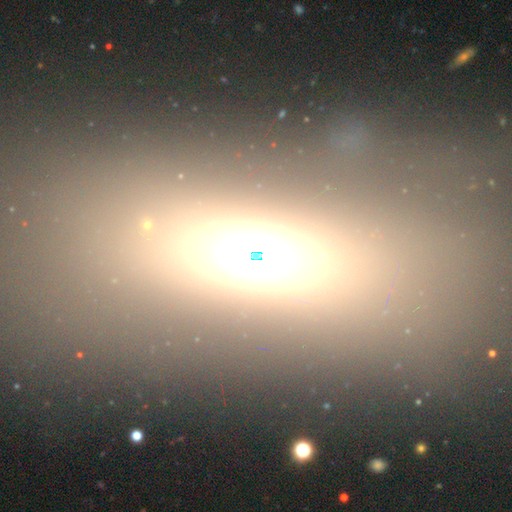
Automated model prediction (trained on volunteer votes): A smooth galaxy with no disk features (41%). Merging: none (81%).